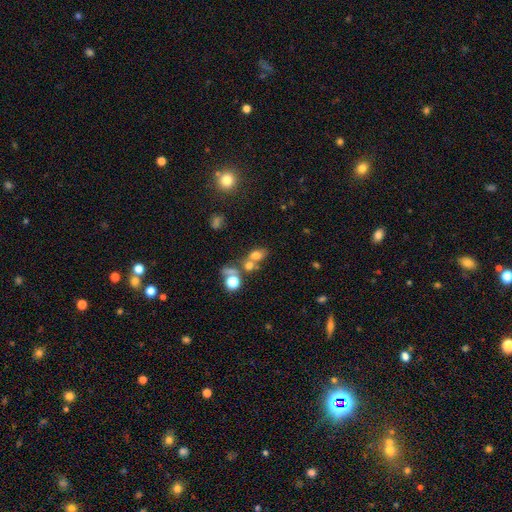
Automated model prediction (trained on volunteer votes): The model was most divided on "merging": merger: 46%, none: 36%, minor disturbance: 10%, major disturbance: 7%. More confident: smooth or featured — smooth (66%); how rounded — in between (58%).